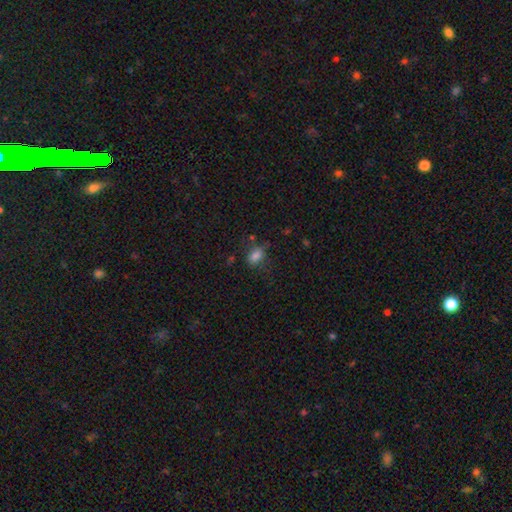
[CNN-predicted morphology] Q: Smooth or featured?
A: smooth (79%); runner-up: star or artifact (13%)
Q: How rounded?
A: in between (80%); runner-up: round (16%)
Q: Merging?
A: none (61%); runner-up: minor disturbance (23%)